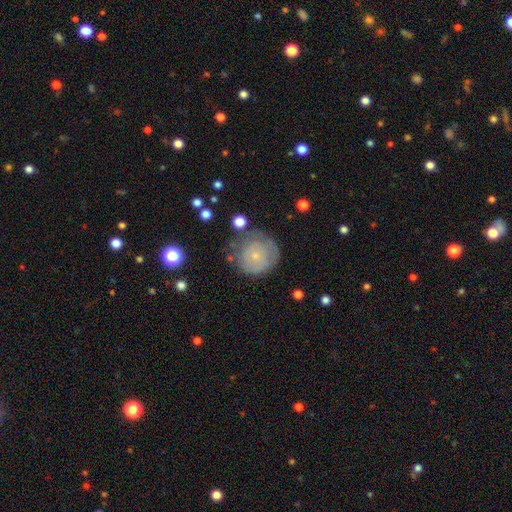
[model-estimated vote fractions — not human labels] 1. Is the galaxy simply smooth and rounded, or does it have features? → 57% smooth, 34% featured or disk, 9% star or artifact.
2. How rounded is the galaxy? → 90% round, 9% in between, 1% cigar-shaped.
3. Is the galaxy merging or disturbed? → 58% none, 26% minor disturbance, 13% major disturbance, 3% merger.